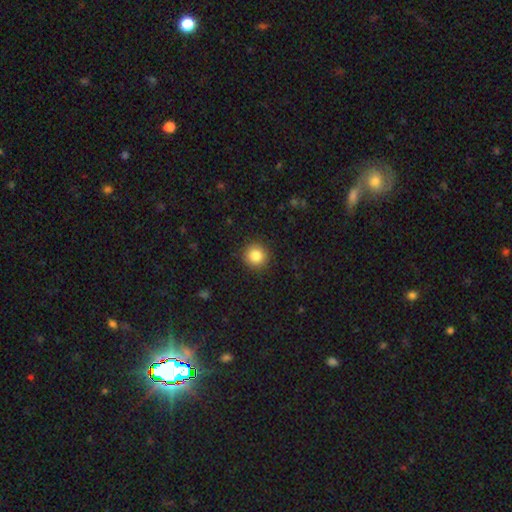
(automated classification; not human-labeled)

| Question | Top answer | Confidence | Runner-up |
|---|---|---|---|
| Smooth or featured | smooth | 84% | star or artifact (10%) |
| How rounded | round | 95% | in between (4%) |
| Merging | none | 92% | minor disturbance (5%) |